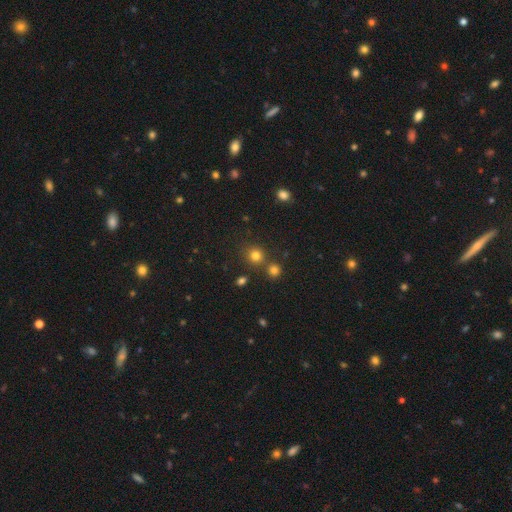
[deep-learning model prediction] Smooth or featured: smooth — 78% (star or artifact — 16%)
How rounded: round — 89% (in between — 10%)
Merging: none — 75% (merger — 15%)